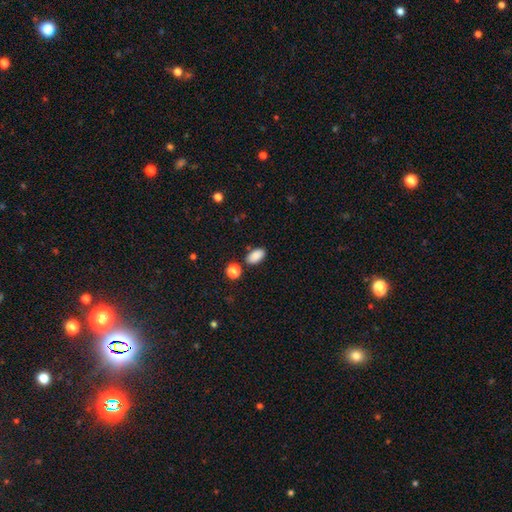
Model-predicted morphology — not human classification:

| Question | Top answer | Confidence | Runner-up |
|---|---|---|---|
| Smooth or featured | smooth | 87% | star or artifact (8%) |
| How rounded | in between | 92% | round (5%) |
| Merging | none | 79% | minor disturbance (12%) |